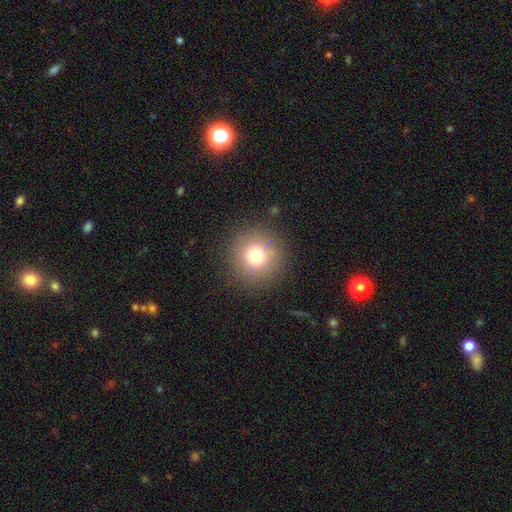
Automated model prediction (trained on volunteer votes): Q: Smooth or featured?
A: smooth (74%); runner-up: star or artifact (14%)
Q: How rounded?
A: round (96%); runner-up: in between (3%)
Q: Merging?
A: none (89%); runner-up: minor disturbance (7%)